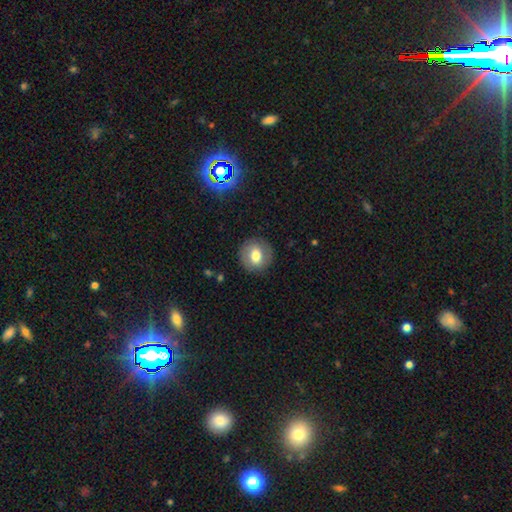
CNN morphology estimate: smooth_or_featured: smooth (p=0.66) [alt: featured or disk p=0.26]
how_rounded: round (p=0.84) [alt: in between p=0.15]
merging: none (p=0.87) [alt: minor disturbance p=0.09]